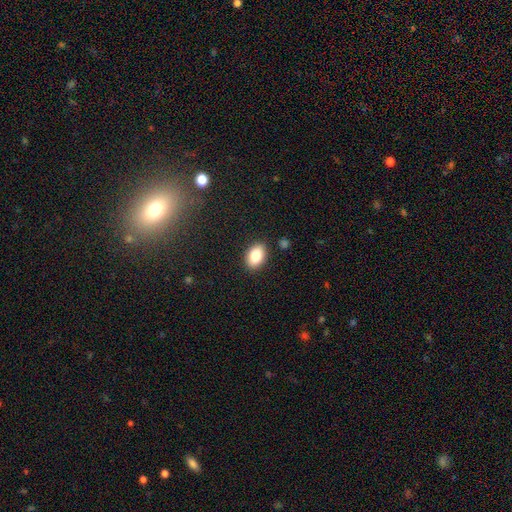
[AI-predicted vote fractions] Overall: smooth (84%). How rounded: in between (86%). Merging: none (88%).